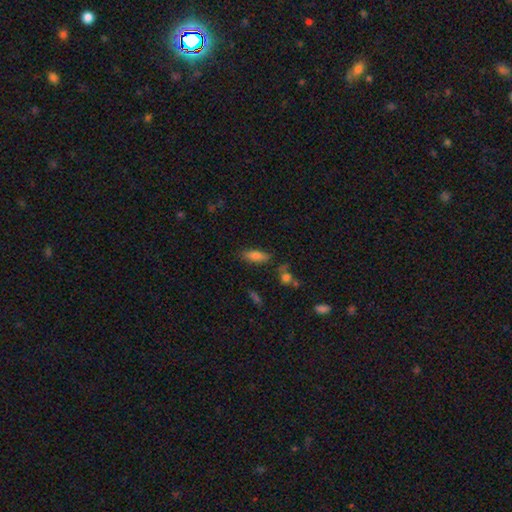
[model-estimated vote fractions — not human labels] Smooth or featured?
  - smooth: 80% *
  - featured or disk: 11%
  - star or artifact: 9%
How rounded?
  - in between: 71% *
  - cigar-shaped: 27%
  - round: 3%
Merging?
  - none: 74% *
  - minor disturbance: 17%
  - merger: 5%
  - major disturbance: 5%